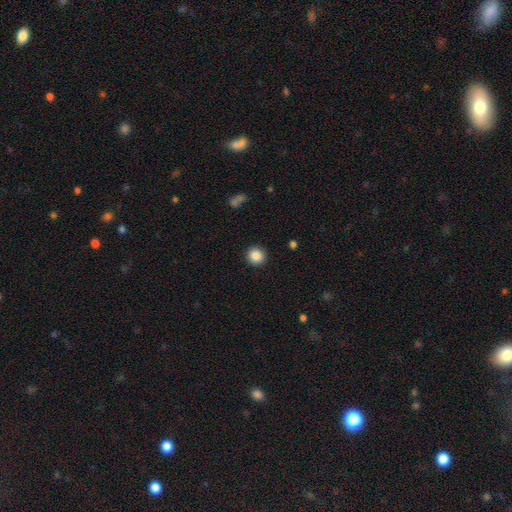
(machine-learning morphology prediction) Smooth or featured? Predicted: smooth (p=0.86). How rounded? Predicted: round (p=0.93). Merging? Predicted: none (p=0.92).